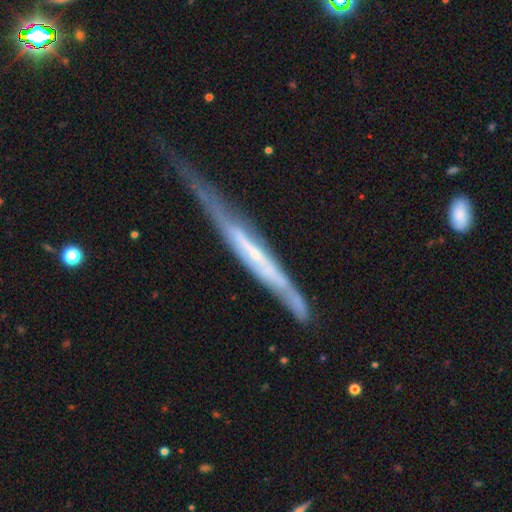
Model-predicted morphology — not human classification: type=featured or disk (77%); edge-on=yes (83%); edge-on bulge=none (64%); merging=none (48%).